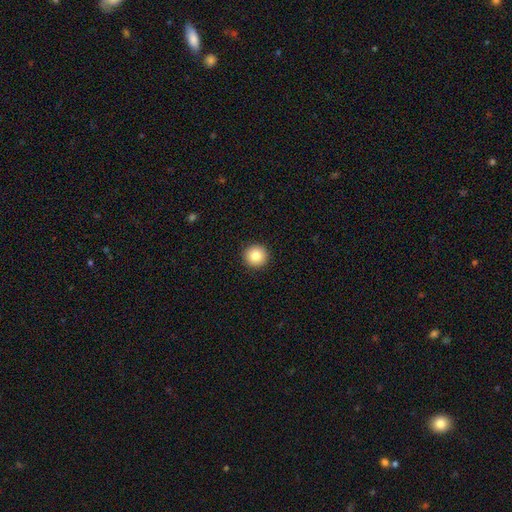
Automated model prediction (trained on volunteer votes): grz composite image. It shows a smooth galaxy with no disk features (83%) that is round (96%). Merging: none (93%).